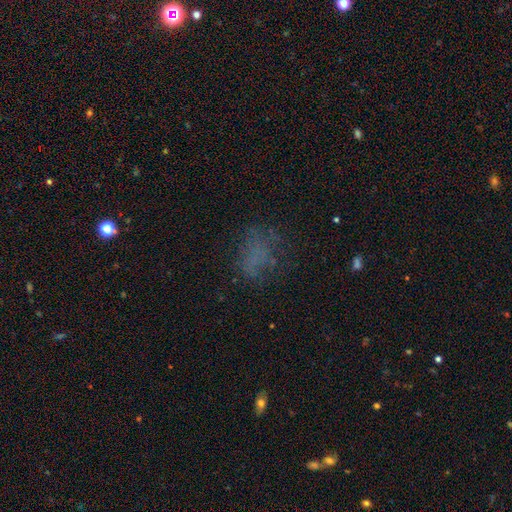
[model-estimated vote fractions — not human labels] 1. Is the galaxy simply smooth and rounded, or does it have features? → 50% smooth, 27% star or artifact, 23% featured or disk.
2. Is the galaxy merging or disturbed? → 55% none, 23% major disturbance, 19% minor disturbance, 3% merger.